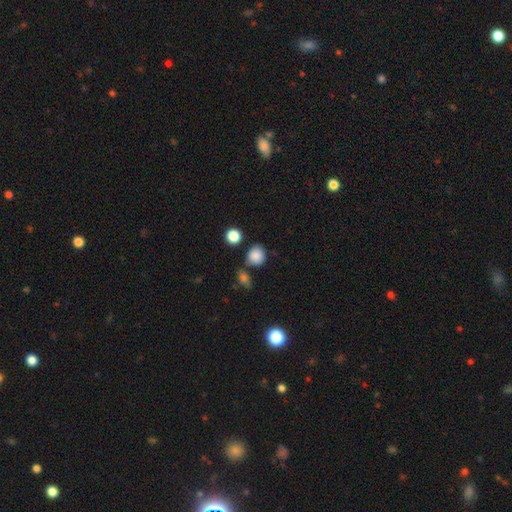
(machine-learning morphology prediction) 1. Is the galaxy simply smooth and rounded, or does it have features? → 85% smooth, 10% star or artifact, 5% featured or disk.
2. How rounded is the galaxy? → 81% round, 18% in between, 1% cigar-shaped.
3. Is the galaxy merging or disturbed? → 72% none, 13% minor disturbance, 11% merger, 4% major disturbance.